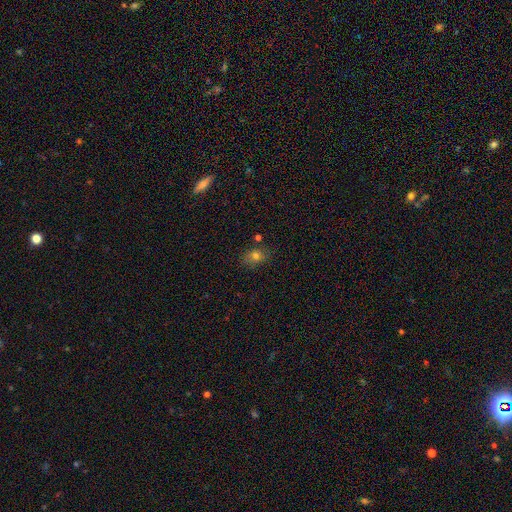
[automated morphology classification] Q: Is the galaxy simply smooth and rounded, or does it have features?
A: smooth — 74%.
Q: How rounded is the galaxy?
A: in between — 65%.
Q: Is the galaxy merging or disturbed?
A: none — 74%.